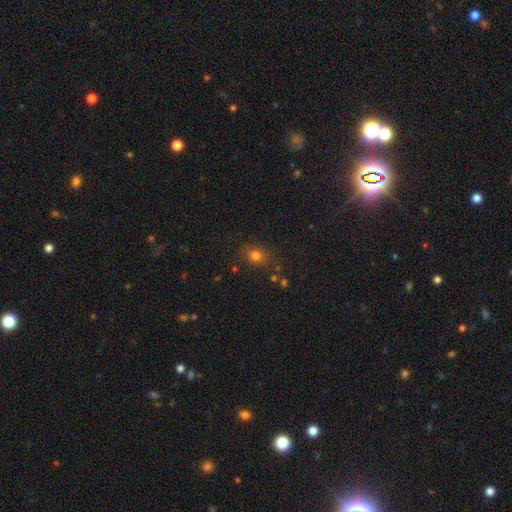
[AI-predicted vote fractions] Q: Smooth or featured?
A: smooth (74%); runner-up: star or artifact (17%)
Q: How rounded?
A: round (57%); runner-up: in between (41%)
Q: Merging?
A: none (79%); runner-up: minor disturbance (13%)